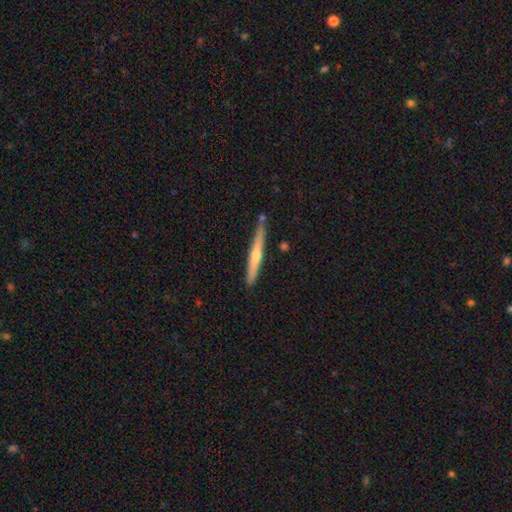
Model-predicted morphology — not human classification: The model was most divided on "smooth or featured": featured or disk: 60%, smooth: 34%, star or artifact: 6%. More confident: edge-on disk — yes (97%); merging — none (87%); edge-on bulge — rounded (75%).